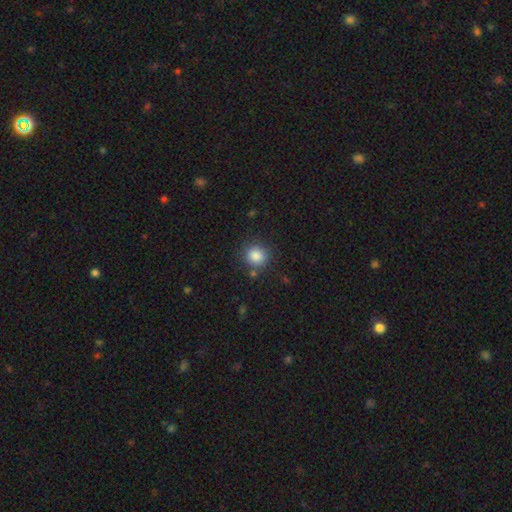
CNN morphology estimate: Smooth or featured: smooth — 85% (star or artifact — 11%)
How rounded: round — 87% (in between — 12%)
Merging: none — 83% (minor disturbance — 10%)